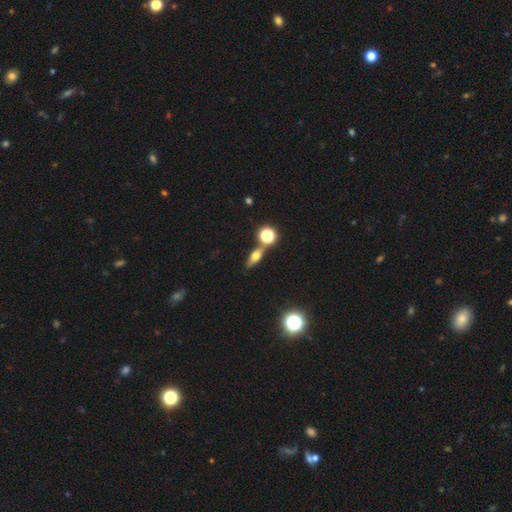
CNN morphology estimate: This appears to be a smooth galaxy with no disk features (51%) that is in between round and cigar-shaped (52%). Merging: none (69%).